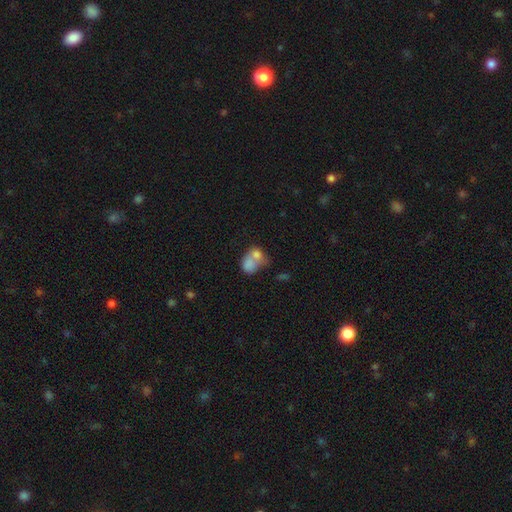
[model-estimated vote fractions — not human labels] smooth-or-featured: smooth: 73% | featured or disk: 18% | star or artifact: 9%
  how-rounded: in between: 58% | round: 40% | cigar-shaped: 1%
  merging: merger: 70% | none: 16% | minor disturbance: 7% | major disturbance: 6%